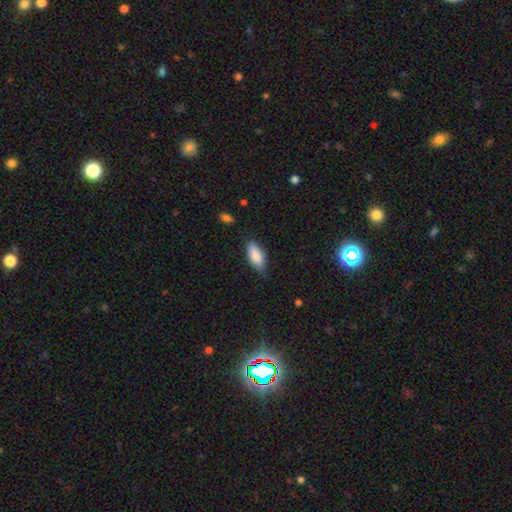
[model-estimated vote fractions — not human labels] smooth_or_featured: smooth (p=0.85) [alt: featured or disk p=0.09]
how_rounded: in between (p=0.85) [alt: cigar-shaped p=0.13]
merging: none (p=0.74) [alt: minor disturbance p=0.21]